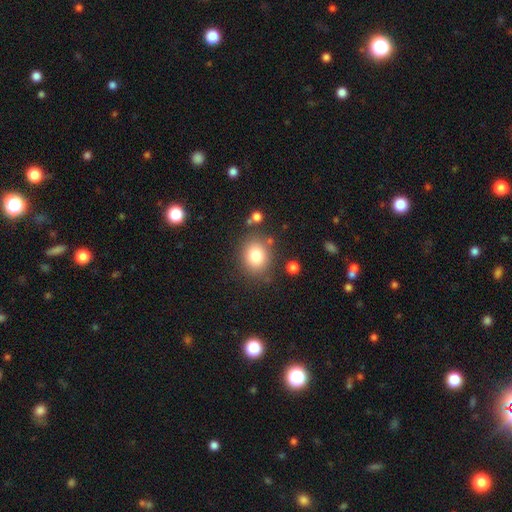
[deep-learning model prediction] Morphology: type=smooth (80%); roundness=round (62%); merging=none (80%).